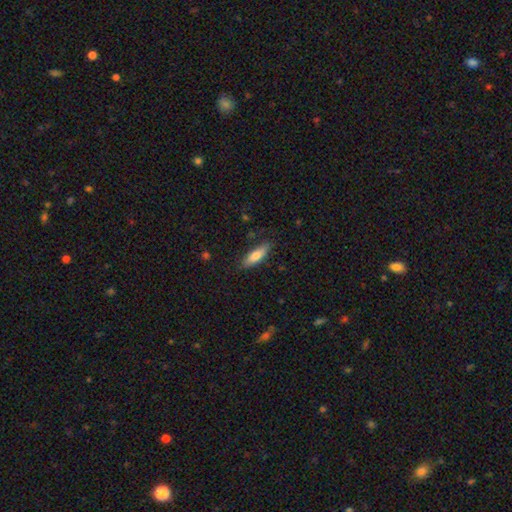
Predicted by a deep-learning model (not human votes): smooth 75%, featured or disk 19%, star or artifact 6%. Down the decision tree: how rounded — in between (52%); merging — none (82%).